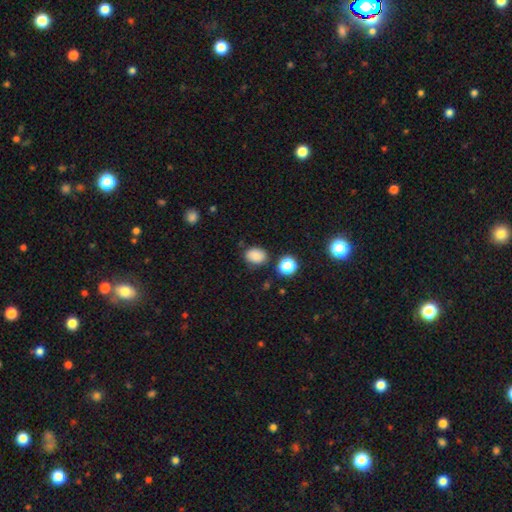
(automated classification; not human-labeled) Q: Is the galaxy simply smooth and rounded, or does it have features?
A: smooth — 84%.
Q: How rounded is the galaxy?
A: in between — 65%.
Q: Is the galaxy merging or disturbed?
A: none — 79%.